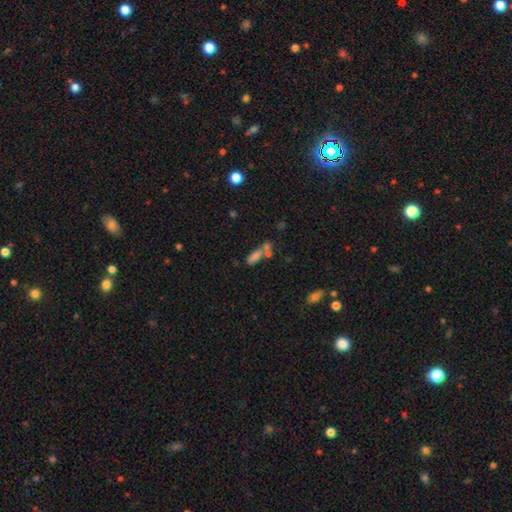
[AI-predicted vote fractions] Smooth or featured: smooth — 57% (star or artifact — 24%)
How rounded: in between — 57% (cigar-shaped — 34%)
Merging: none — 43% (merger — 38%)